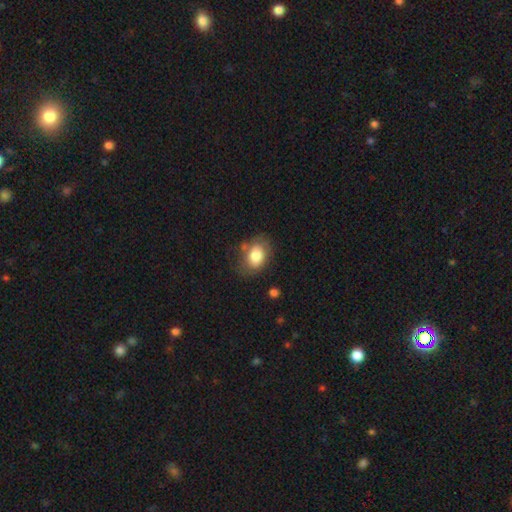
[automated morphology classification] Smooth or featured? Predicted: smooth (p=0.80). How rounded? Predicted: in between (p=0.75). Merging? Predicted: none (p=0.64).